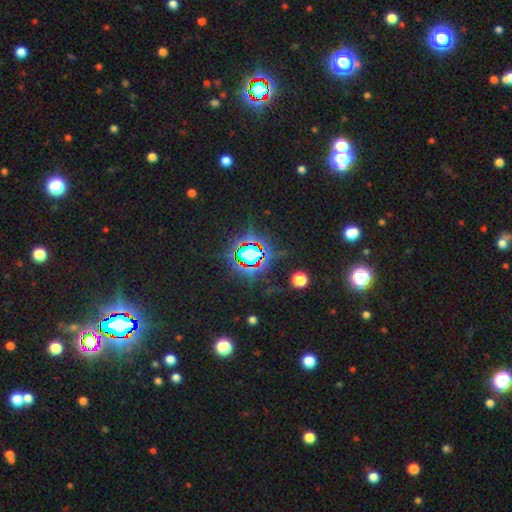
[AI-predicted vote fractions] Smooth or featured?
  - star or artifact: 81% *
  - smooth: 11%
  - featured or disk: 7%